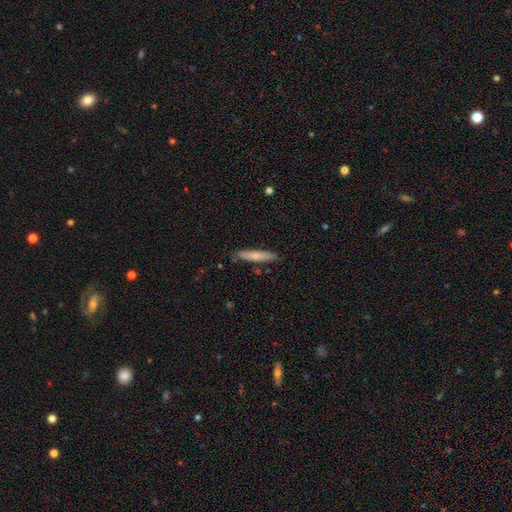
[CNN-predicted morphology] smooth_or_featured: smooth (p=0.66) [alt: featured or disk p=0.28]
how_rounded: cigar-shaped (p=0.91) [alt: in between p=0.08]
merging: none (p=0.86) [alt: minor disturbance p=0.11]